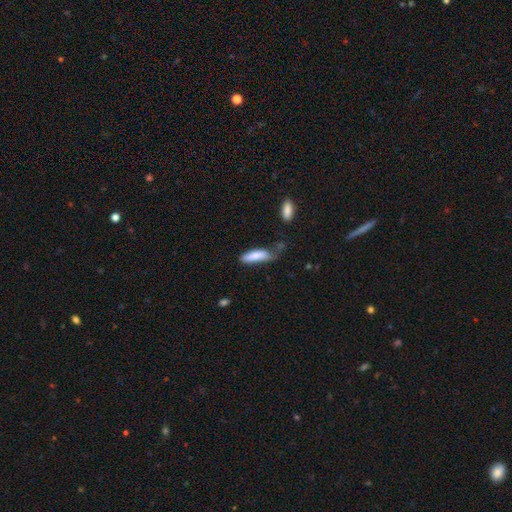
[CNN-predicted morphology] The model was most divided on "how rounded": cigar-shaped: 51%, in between: 48%, round: 2%. Remaining: smooth or featured — smooth (78%); merging — none (44%).